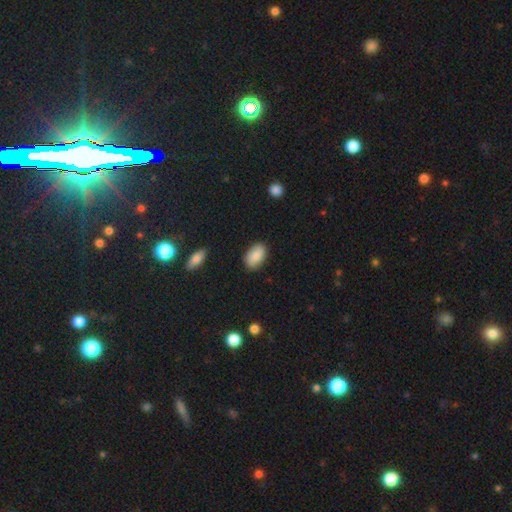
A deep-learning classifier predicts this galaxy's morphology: Smooth or featured: smooth — 87% (featured or disk — 6%)
How rounded: in between — 92% (round — 6%)
Merging: none — 85% (minor disturbance — 11%)